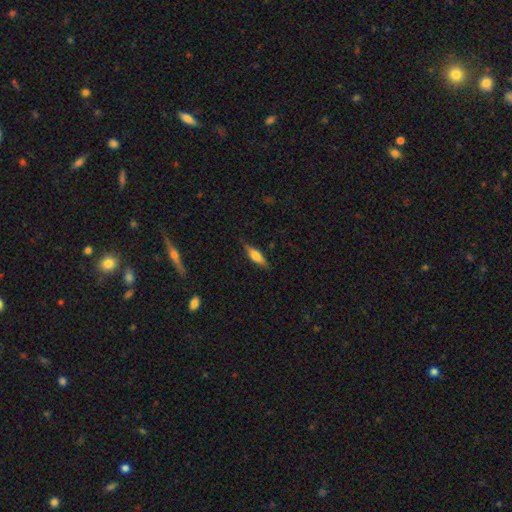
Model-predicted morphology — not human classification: Smooth or featured?
  - smooth: 62% *
  - featured or disk: 32%
  - star or artifact: 7%
How rounded?
  - cigar-shaped: 54% *
  - in between: 44%
  - round: 2%
Merging?
  - none: 83% *
  - minor disturbance: 13%
  - major disturbance: 3%
  - merger: 1%